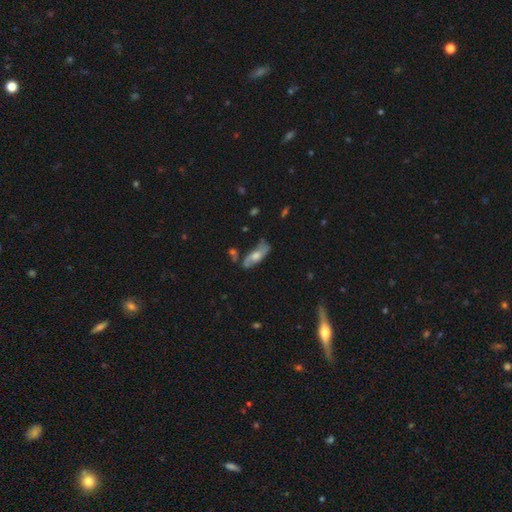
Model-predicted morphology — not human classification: Q: Smooth or featured?
A: featured or disk (53%); runner-up: smooth (39%)
Q: Edge-on disk?
A: no (72%); runner-up: yes (28%)
Q: Merging?
A: none (59%); runner-up: minor disturbance (24%)